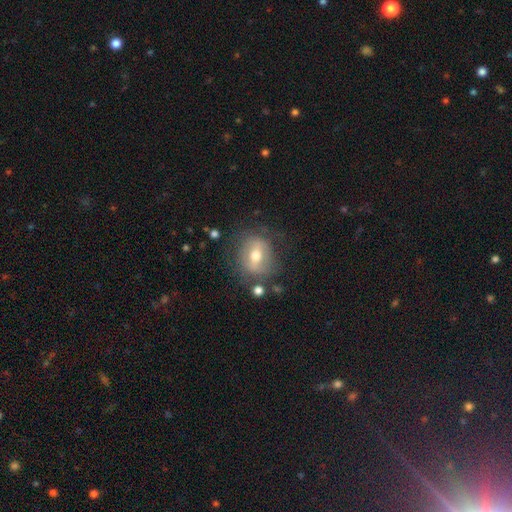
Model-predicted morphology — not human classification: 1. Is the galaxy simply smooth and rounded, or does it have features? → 47% featured or disk, 42% smooth, 11% star or artifact.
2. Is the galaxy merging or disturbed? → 70% none, 17% minor disturbance, 8% major disturbance, 5% merger.